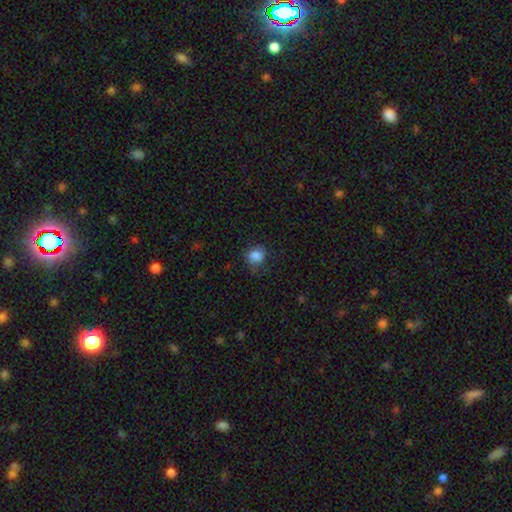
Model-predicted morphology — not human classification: Smooth or featured: smooth — 84% (star or artifact — 10%)
How rounded: round — 62% (in between — 37%)
Merging: none — 64% (minor disturbance — 25%)